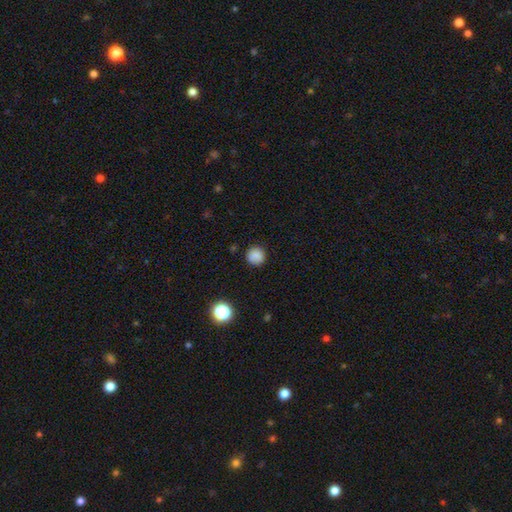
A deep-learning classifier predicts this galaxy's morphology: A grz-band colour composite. It shows a smooth galaxy with no disk features (85%) that is round (94%). Merging: none (90%).